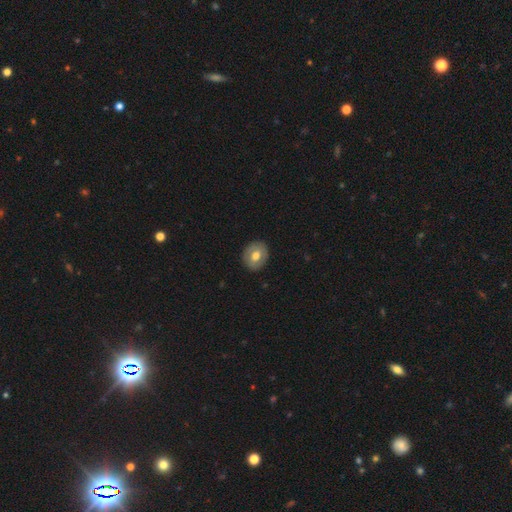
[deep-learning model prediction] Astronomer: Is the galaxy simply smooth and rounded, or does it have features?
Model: smooth — 60%.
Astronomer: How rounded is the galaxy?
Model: round — 57% (runner-up: in between, 42%).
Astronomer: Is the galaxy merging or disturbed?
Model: none — 87%.